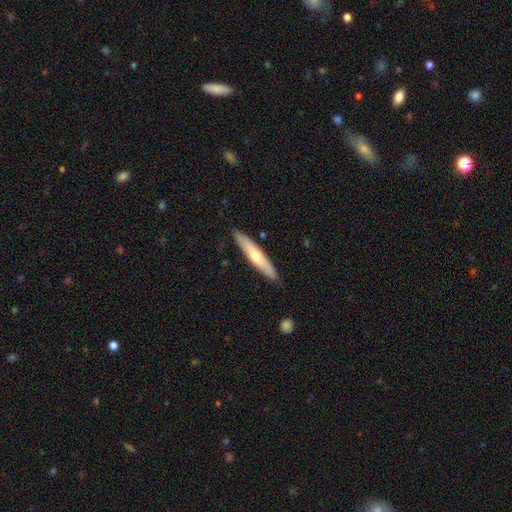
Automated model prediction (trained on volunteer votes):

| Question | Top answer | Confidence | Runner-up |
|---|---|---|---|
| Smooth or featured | smooth | 54% | featured or disk (41%) |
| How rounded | cigar-shaped | 87% | in between (12%) |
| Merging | none | 87% | minor disturbance (10%) |